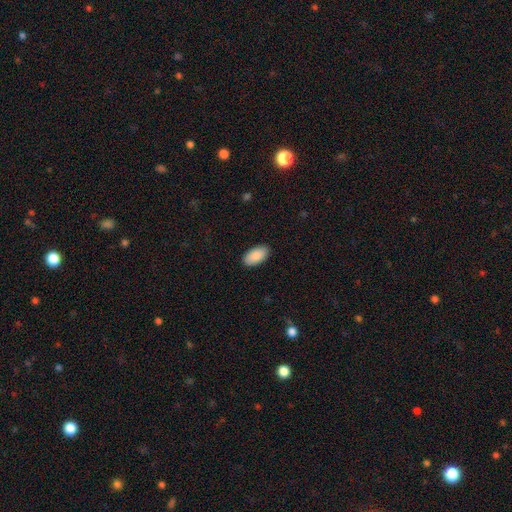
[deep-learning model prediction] Overall: smooth (90%). How rounded: in between (96%). Merging: none (90%).